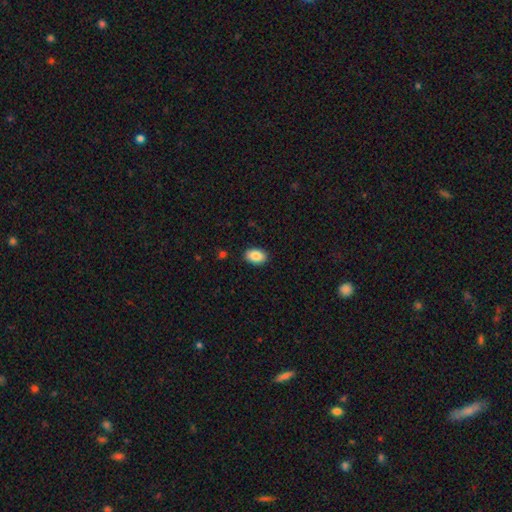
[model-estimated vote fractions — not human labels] Smooth or featured? Predicted: smooth (p=0.88). How rounded? Predicted: in between (p=0.91). Merging? Predicted: none (p=0.90).